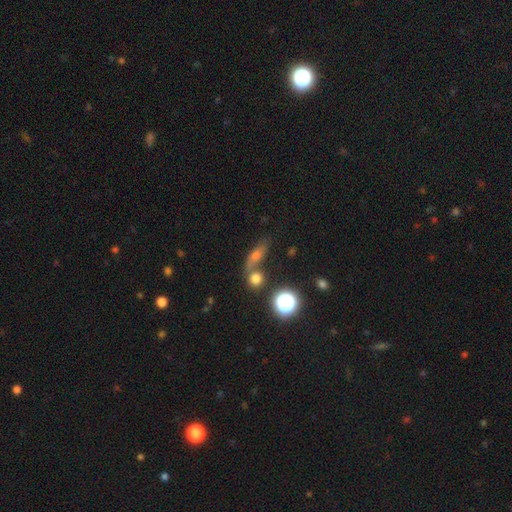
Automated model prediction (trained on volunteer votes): A smooth galaxy with no disk features (51%) that is in between round and cigar-shaped (43%).

Vote fractions:
- Smooth or featured? smooth: 51% / featured or disk: 26% / star or artifact: 23%
- How rounded? in between: 43% / round: 29% / cigar-shaped: 28%
- Merging? none: 48% / merger: 32% / minor disturbance: 12% / major disturbance: 8%